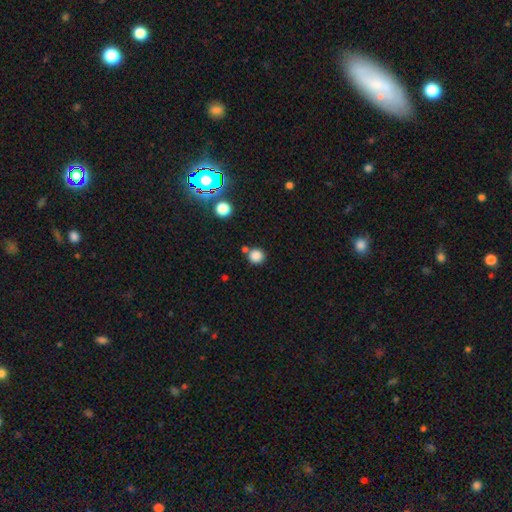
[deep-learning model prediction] Smooth or featured? Predicted: smooth (p=0.84). How rounded? Predicted: round (p=0.92). Merging? Predicted: none (p=0.75).